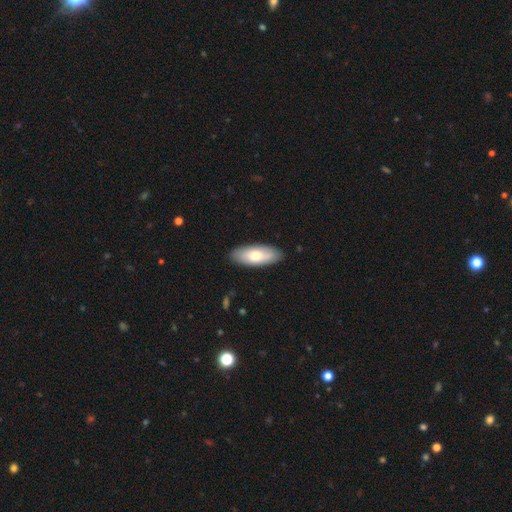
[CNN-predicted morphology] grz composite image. It shows a smooth galaxy with no disk features (71%) that is in between round and cigar-shaped (81%). Merging: none (87%).